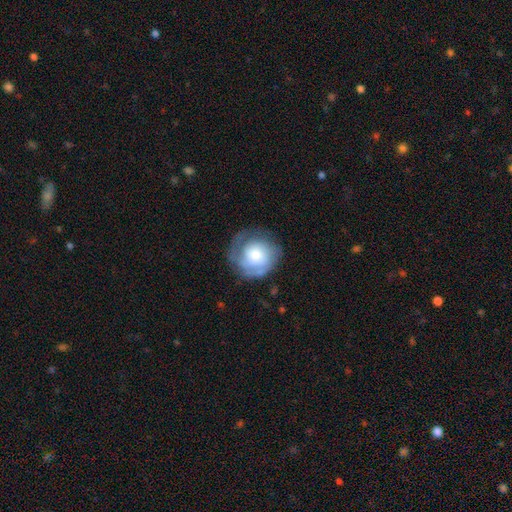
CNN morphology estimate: A featured or disk galaxy (54%) with no bar (81%), spiral arms (80%) and a moderate central bulge (43%).

Vote fractions:
- Smooth or featured? featured or disk: 54% / smooth: 40% / star or artifact: 7%
- Edge-on disk? no: 98% / yes: 2%
- Bar? no: 81% / weak: 16% / strong: 3%
- Spiral arms? yes: 80% / no: 20%
- Bulge size? moderate: 43% / large: 26% / small: 24% / dominant: 4% / none: 4%
- Merging? none: 63% / minor disturbance: 21% / major disturbance: 15% / merger: 1%